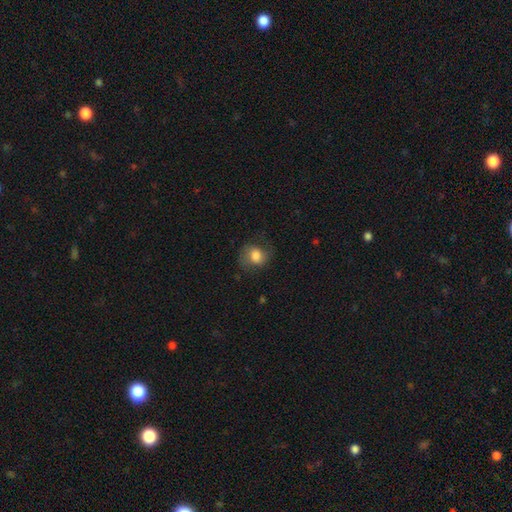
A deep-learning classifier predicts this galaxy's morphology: Smooth or featured? Predicted: smooth (p=0.72). How rounded? Predicted: round (p=0.52). Merging? Predicted: none (p=0.60).